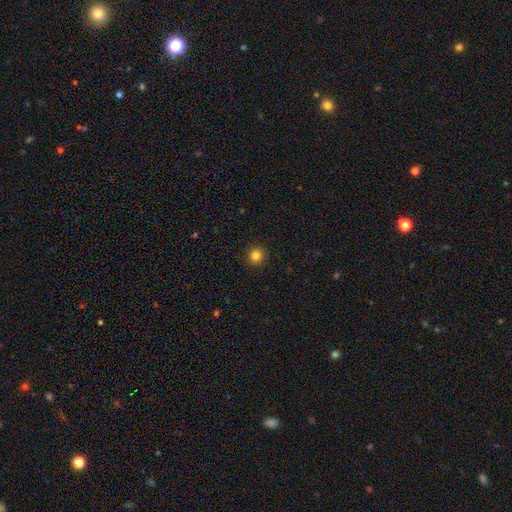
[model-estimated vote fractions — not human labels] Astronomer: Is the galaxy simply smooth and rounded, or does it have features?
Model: smooth — 83%.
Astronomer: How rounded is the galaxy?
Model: round — 94%.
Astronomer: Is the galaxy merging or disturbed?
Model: none — 93%.